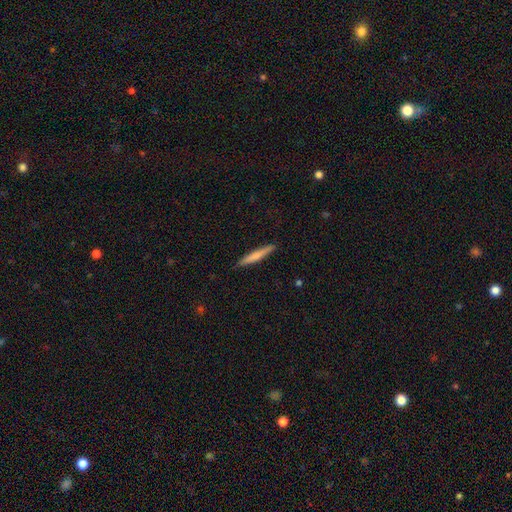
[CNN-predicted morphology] type=smooth (64%); roundness=cigar-shaped (95%); merging=none (89%).